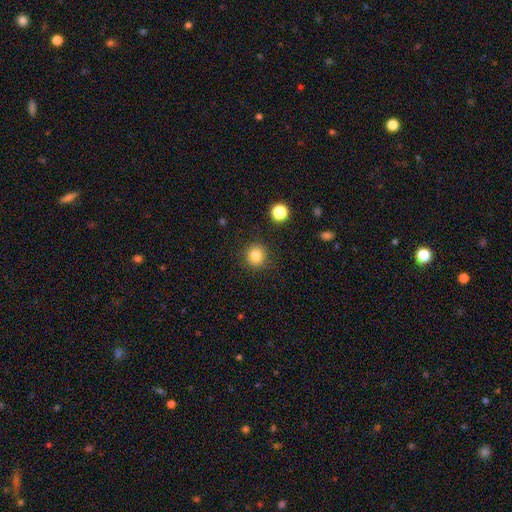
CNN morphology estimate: Smooth or featured?
  - smooth: 82% *
  - star or artifact: 12%
  - featured or disk: 6%
How rounded?
  - round: 91% *
  - in between: 8%
  - cigar-shaped: 1%
Merging?
  - none: 89% *
  - minor disturbance: 7%
  - major disturbance: 2%
  - merger: 2%